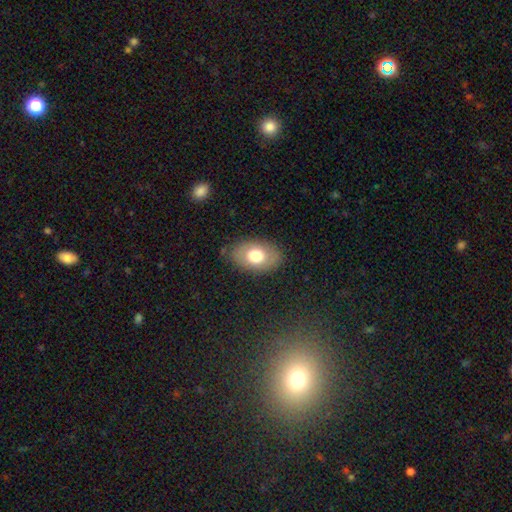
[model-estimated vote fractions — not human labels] This is likely a smooth galaxy (70%). How rounded: clearly in between (87%). Merging: clearly none (81%).